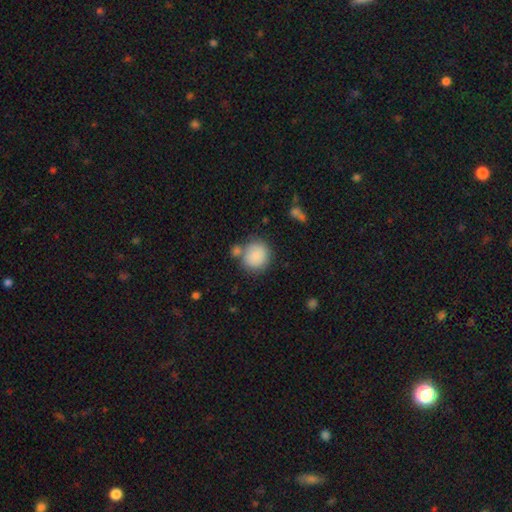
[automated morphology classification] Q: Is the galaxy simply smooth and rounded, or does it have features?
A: smooth — 87%.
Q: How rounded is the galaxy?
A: round — 84%.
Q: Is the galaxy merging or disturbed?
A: none — 64%.